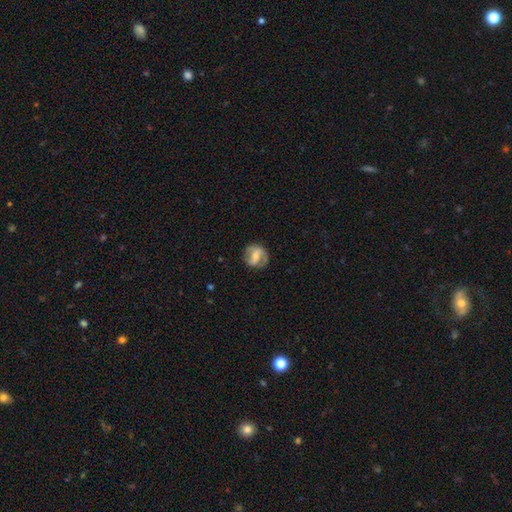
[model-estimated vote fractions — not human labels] Overall: featured or disk (56%; smooth 37%). Edge-on disk: no (95%). Bar: strong (41%; weak 37%). Spiral arms: yes (70%; no 30%). Bulge size: moderate (44%, tied with small). Merging: none (71%).